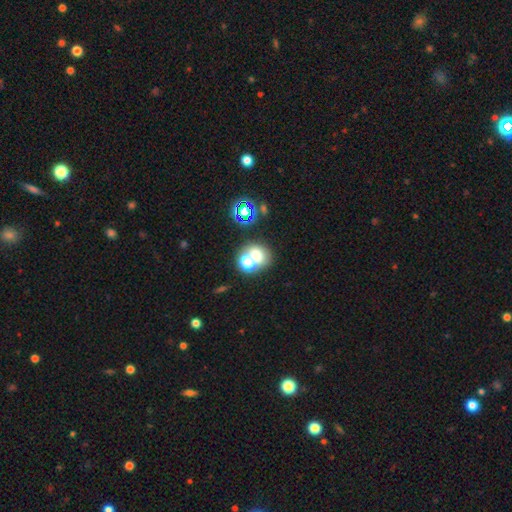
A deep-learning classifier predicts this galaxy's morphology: smooth_or_featured: smooth (p=0.59) [alt: star or artifact p=0.23]
how_rounded: round (p=0.68) [alt: in between p=0.31]
merging: merger (p=0.44) [alt: none p=0.43]